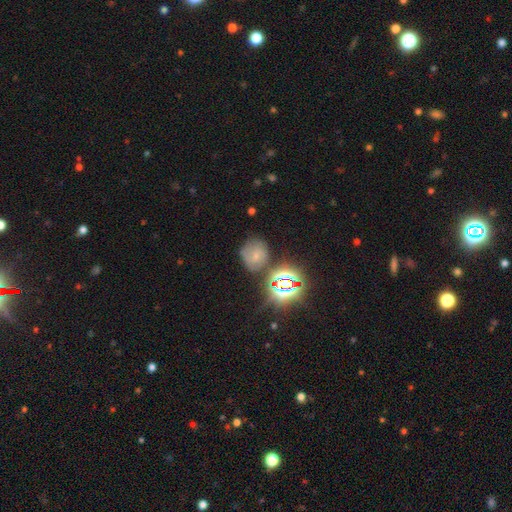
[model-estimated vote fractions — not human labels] A smooth galaxy with no disk features (49%). Merging: none (65%).